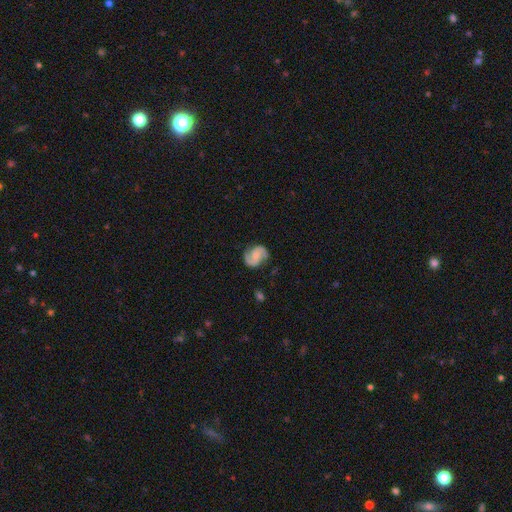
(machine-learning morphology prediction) This is clearly a featured or disk galaxy (84%). It is clearly not viewed edge-on (98%). Bar: possibly no (58%). Spiral arm pattern: clearly yes (98%). Spiral arm count: clearly 2 (93%). Spiral winding: possibly medium (52%). Central bulge: possibly none (52%). Merging: likely none (80%).